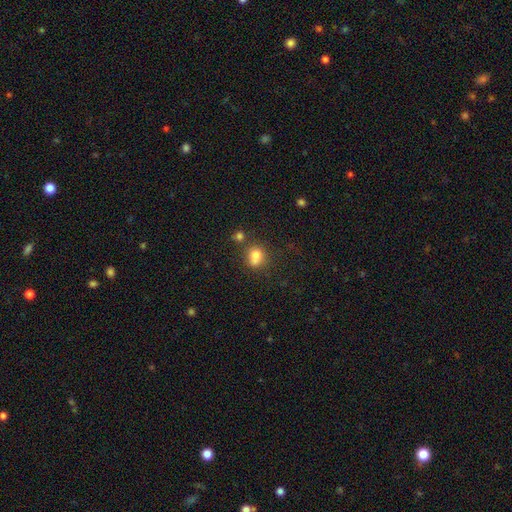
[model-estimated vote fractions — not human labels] Q: Smooth or featured?
A: smooth (75%); runner-up: featured or disk (12%)
Q: How rounded?
A: round (64%); runner-up: in between (35%)
Q: Merging?
A: none (43%); runner-up: merger (36%)